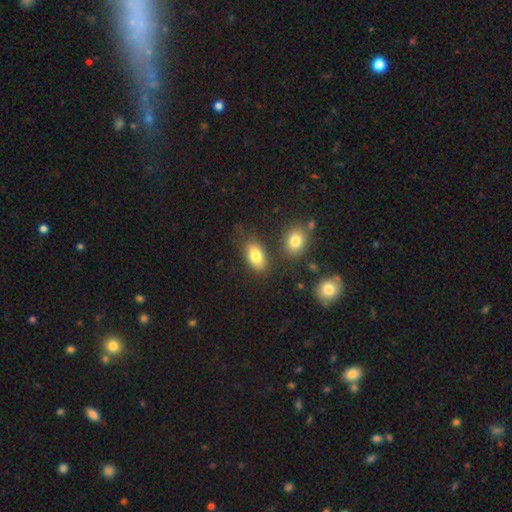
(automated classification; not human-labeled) Smooth or featured?
  - smooth: 81% *
  - featured or disk: 11%
  - star or artifact: 8%
How rounded?
  - in between: 90% *
  - round: 8%
  - cigar-shaped: 2%
Merging?
  - none: 74% *
  - minor disturbance: 13%
  - merger: 8%
  - major disturbance: 4%